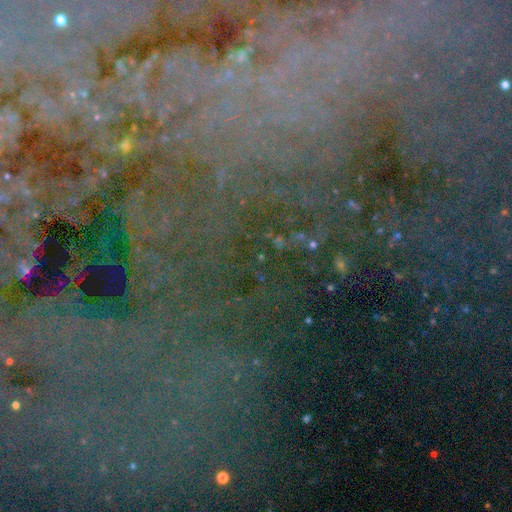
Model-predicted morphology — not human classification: type=star or artifact (80%).